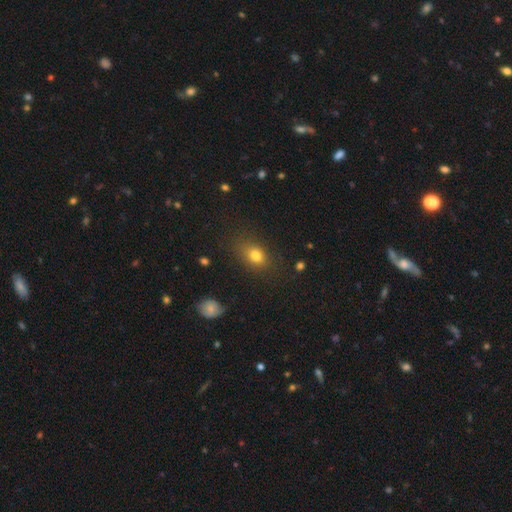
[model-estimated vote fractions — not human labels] Smooth or featured? Predicted: smooth (p=0.79). How rounded? Predicted: in between (p=0.69). Merging? Predicted: none (p=0.76).